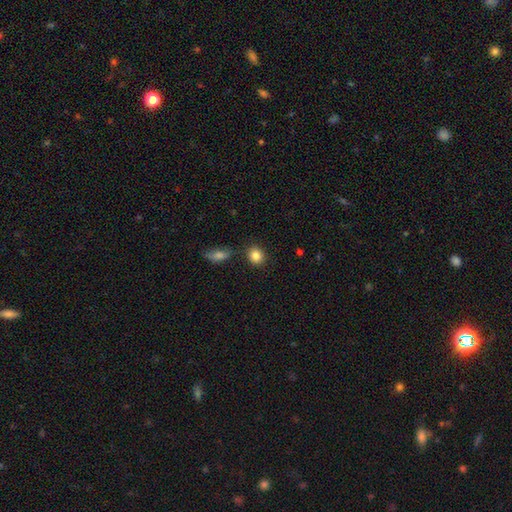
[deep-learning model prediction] Smooth or featured? Predicted: smooth (p=0.85). How rounded? Predicted: round (p=0.76). Merging? Predicted: none (p=0.82).